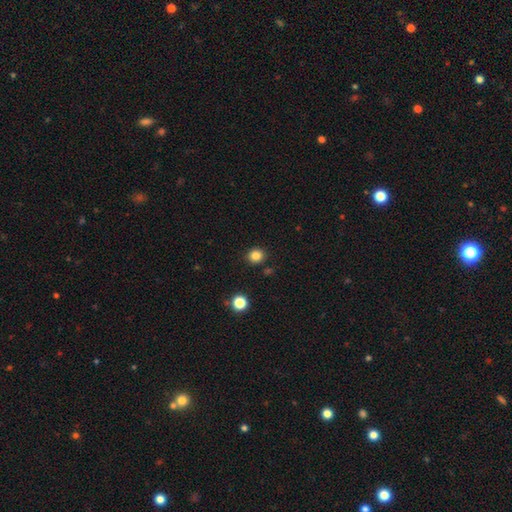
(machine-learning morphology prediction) Smooth or featured? Predicted: smooth (p=0.83). How rounded? Predicted: round (p=0.88). Merging? Predicted: none (p=0.89).